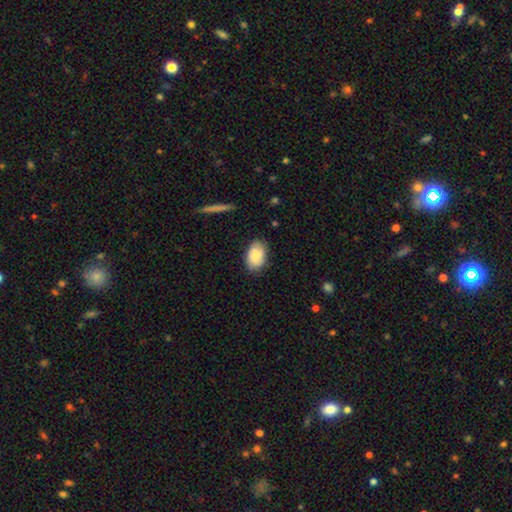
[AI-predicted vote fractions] The model was most divided on "smooth or featured": smooth: 74%, featured or disk: 18%, star or artifact: 7%. More confident: how rounded — in between (87%); merging — none (75%).